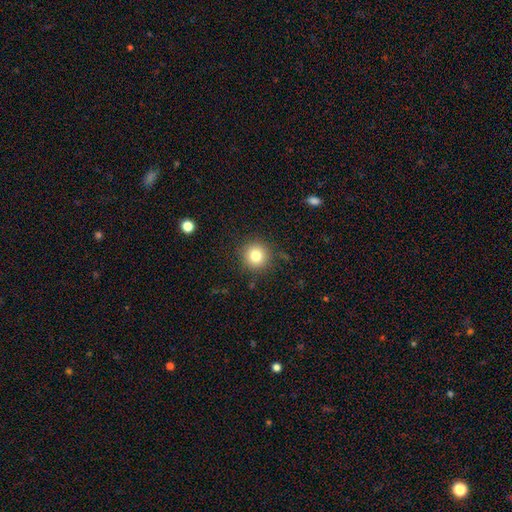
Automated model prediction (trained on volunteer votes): Morphology: type=smooth (80%); roundness=round (94%); merging=none (87%).